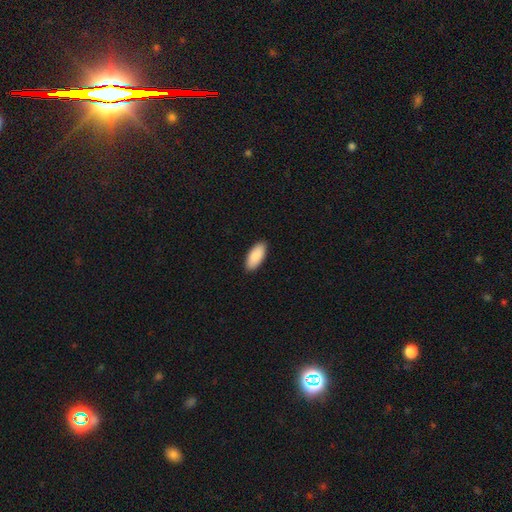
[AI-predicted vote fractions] smooth-or-featured: smooth: 91% | star or artifact: 5% | featured or disk: 4%
  how-rounded: in between: 90% | cigar-shaped: 9% | round: 2%
  merging: none: 91% | minor disturbance: 7% | major disturbance: 1% | merger: 1%